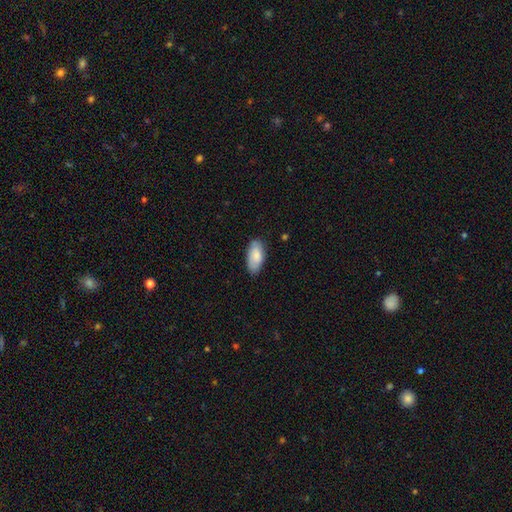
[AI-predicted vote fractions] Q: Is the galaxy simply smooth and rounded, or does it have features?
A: smooth — 84%.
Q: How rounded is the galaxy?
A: in between — 93%.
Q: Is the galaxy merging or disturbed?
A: none — 79%.